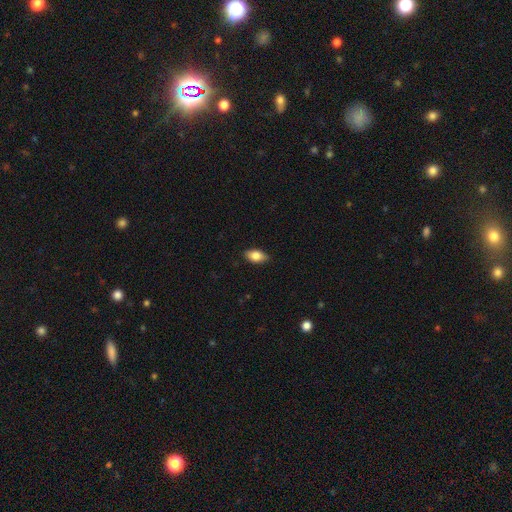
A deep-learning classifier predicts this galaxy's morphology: smooth_or_featured: smooth (p=0.82) [alt: featured or disk p=0.11]
how_rounded: in between (p=0.90) [alt: round p=0.06]
merging: none (p=0.85) [alt: minor disturbance p=0.12]